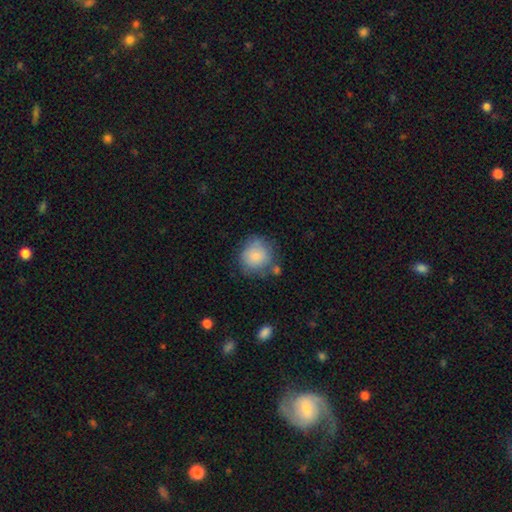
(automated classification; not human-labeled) smooth_or_featured: smooth (p=0.80) [alt: featured or disk p=0.11]
how_rounded: round (p=0.88) [alt: in between p=0.11]
merging: none (p=0.66) [alt: minor disturbance p=0.20]